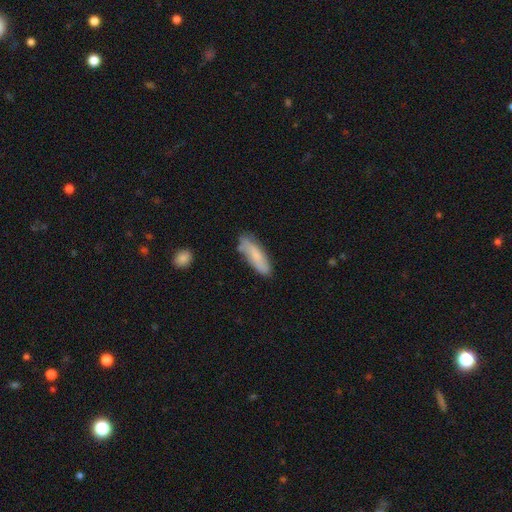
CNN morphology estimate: smooth_or_featured: smooth (p=0.70) [alt: featured or disk p=0.24]
how_rounded: cigar-shaped (p=0.54) [alt: in between p=0.44]
merging: none (p=0.73) [alt: minor disturbance p=0.20]